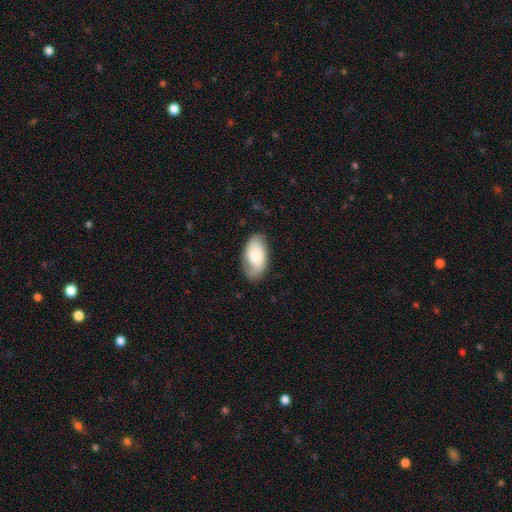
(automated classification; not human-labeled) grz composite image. It shows a smooth galaxy with no disk features (68%) that is in between round and cigar-shaped (95%). Merging: none (77%).